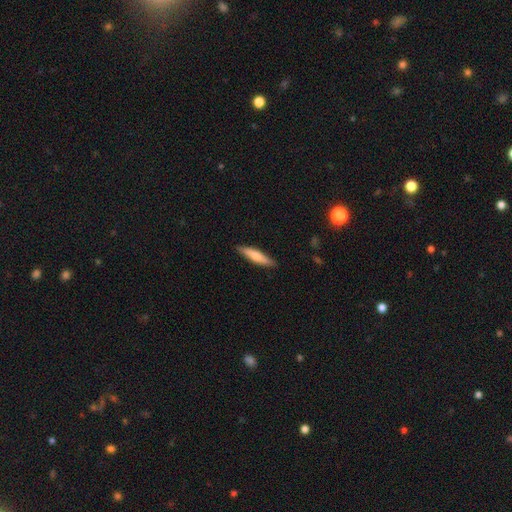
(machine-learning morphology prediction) A smooth galaxy with no disk features (68%) that is cigar-shaped (85%). Merging: none (87%).